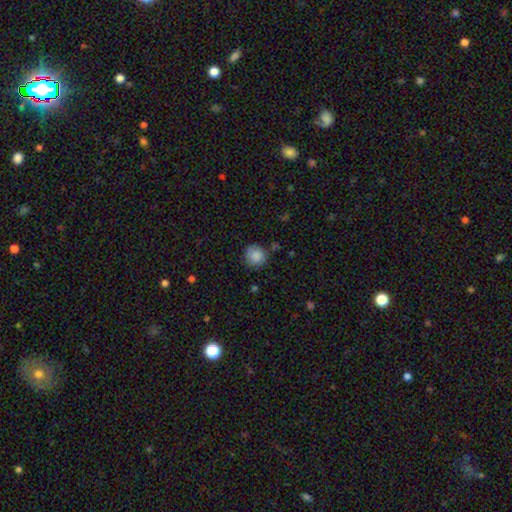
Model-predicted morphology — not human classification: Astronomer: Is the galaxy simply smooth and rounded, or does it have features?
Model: smooth — 81%.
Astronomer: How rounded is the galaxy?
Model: round — 90%.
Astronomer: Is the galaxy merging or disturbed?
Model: none — 79%.